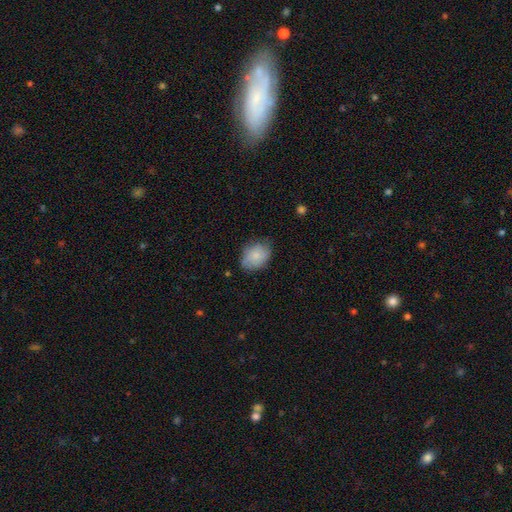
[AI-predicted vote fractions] smooth_or_featured: smooth (p=0.78) [alt: featured or disk p=0.15]
how_rounded: in between (p=0.69) [alt: round p=0.30]
merging: none (p=0.68) [alt: minor disturbance p=0.25]